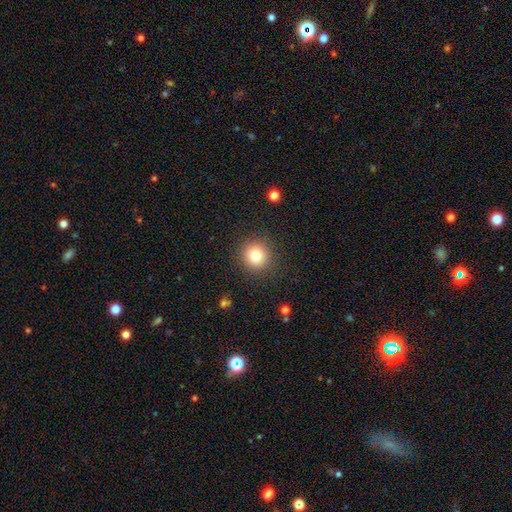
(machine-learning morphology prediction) A smooth galaxy with no disk features (80%) that is round (93%). Merging: none (89%).